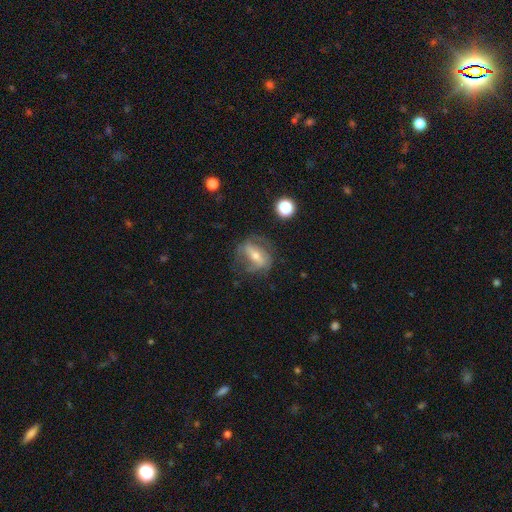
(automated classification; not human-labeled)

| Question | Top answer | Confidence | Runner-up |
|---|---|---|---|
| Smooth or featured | featured or disk | 72% | smooth (20%) |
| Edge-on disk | no | 88% | yes (12%) |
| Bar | strong | 57% | weak (27%) |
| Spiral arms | yes | 75% | no (25%) |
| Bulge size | moderate | 53% | small (41%) |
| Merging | none | 64% | minor disturbance (21%) |